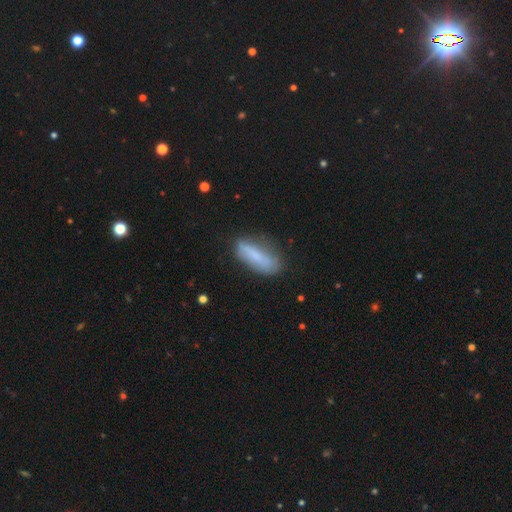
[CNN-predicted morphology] Q: Smooth or featured?
A: smooth (71%); runner-up: featured or disk (22%)
Q: How rounded?
A: in between (58%); runner-up: cigar-shaped (40%)
Q: Merging?
A: none (66%); runner-up: minor disturbance (24%)